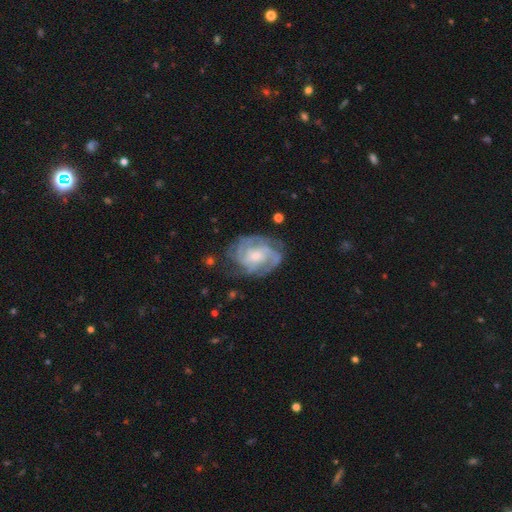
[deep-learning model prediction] featured or disk 83%, smooth 11%, star or artifact 6%. Down the decision tree: edge-on disk — no (97%); bar — no (63%); spiral arms — yes (93%); spiral arm count — can't tell (32%); spiral winding — tight (52%); bulge size — moderate (45%); merging — none (67%).